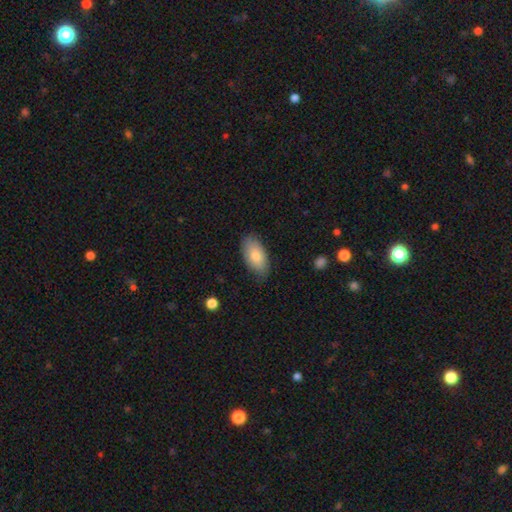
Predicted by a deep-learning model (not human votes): Smooth or featured? smooth (79%)
How rounded? in between (94%)
Merging? none (75%)